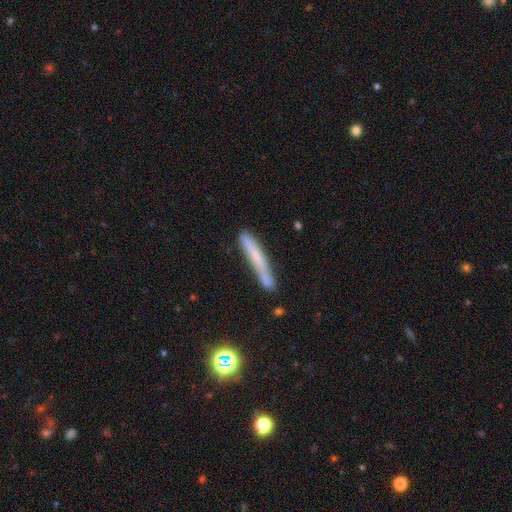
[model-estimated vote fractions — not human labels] Smooth or featured?
  - smooth: 59% *
  - featured or disk: 33%
  - star or artifact: 8%
How rounded?
  - cigar-shaped: 96% *
  - in between: 3%
  - round: 1%
Merging?
  - none: 71% *
  - minor disturbance: 19%
  - merger: 6%
  - major disturbance: 4%